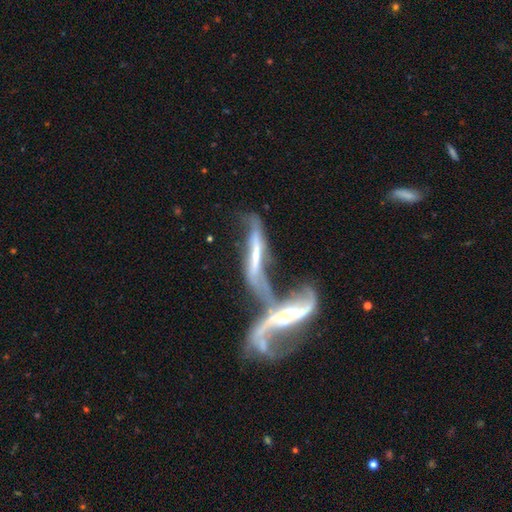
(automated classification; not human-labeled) Smooth or featured: featured or disk — 72% (smooth — 19%)
Edge-on disk: no — 56% (yes — 44%)
Merging: merger — 75% (major disturbance — 11%)